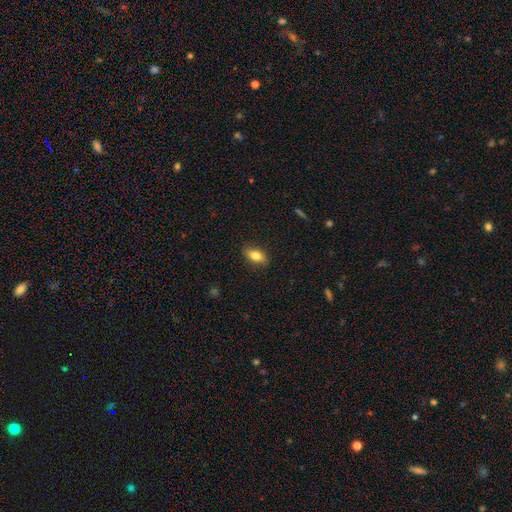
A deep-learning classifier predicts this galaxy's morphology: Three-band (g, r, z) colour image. It shows a smooth galaxy with no disk features (80%) that is in between round and cigar-shaped (86%). Merging: none (86%).